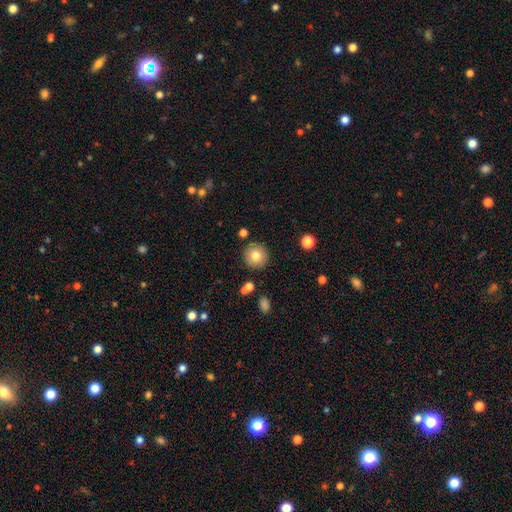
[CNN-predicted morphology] type=smooth (78%); roundness=round (94%); merging=none (88%).